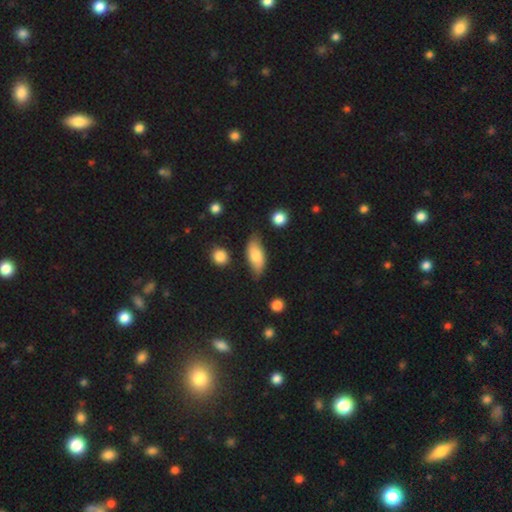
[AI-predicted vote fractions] Smooth or featured?
  - smooth: 73% *
  - featured or disk: 21%
  - star or artifact: 6%
How rounded?
  - in between: 82% *
  - cigar-shaped: 15%
  - round: 3%
Merging?
  - none: 70% *
  - minor disturbance: 22%
  - major disturbance: 4%
  - merger: 4%